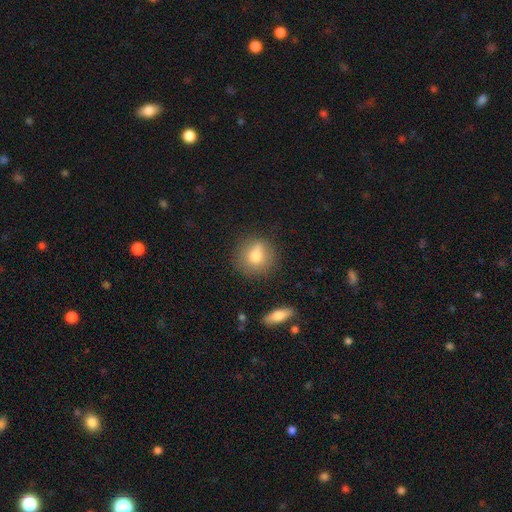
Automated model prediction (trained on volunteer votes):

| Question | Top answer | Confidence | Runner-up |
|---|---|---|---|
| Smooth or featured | smooth | 75% | featured or disk (16%) |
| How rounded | round | 82% | in between (16%) |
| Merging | none | 71% | minor disturbance (19%) |